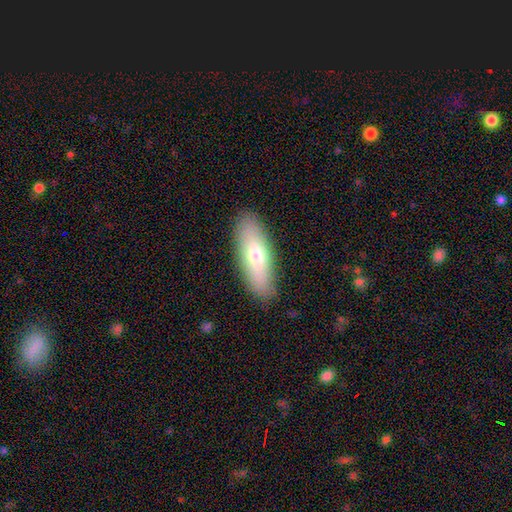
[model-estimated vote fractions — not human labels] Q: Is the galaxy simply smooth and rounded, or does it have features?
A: smooth — 67%.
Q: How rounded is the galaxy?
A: in between — 59%.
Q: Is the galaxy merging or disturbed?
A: none — 88%.